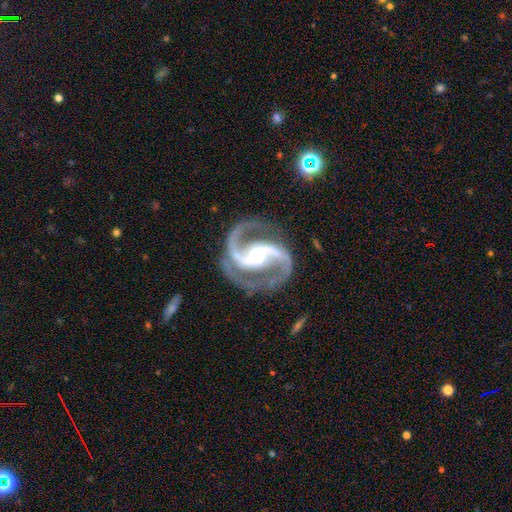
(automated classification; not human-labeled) Overall: featured or disk (95%). Edge-on disk: no (98%). Bar: strong (41%; weak 33%). Spiral arms: yes (99%). Spiral arm count: 2 (94%). Spiral winding: medium (70%). Bulge size: moderate (65%). Merging: none (83%).